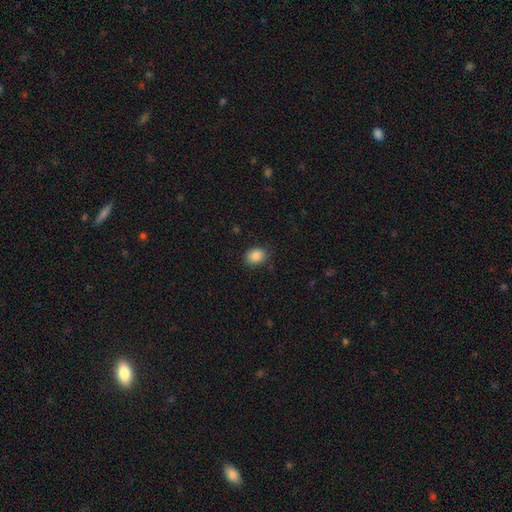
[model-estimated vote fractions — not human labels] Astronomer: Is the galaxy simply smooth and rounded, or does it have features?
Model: smooth — 87%.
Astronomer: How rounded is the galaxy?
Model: in between — 60% (runner-up: round, 39%).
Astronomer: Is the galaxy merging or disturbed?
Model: none — 85%.